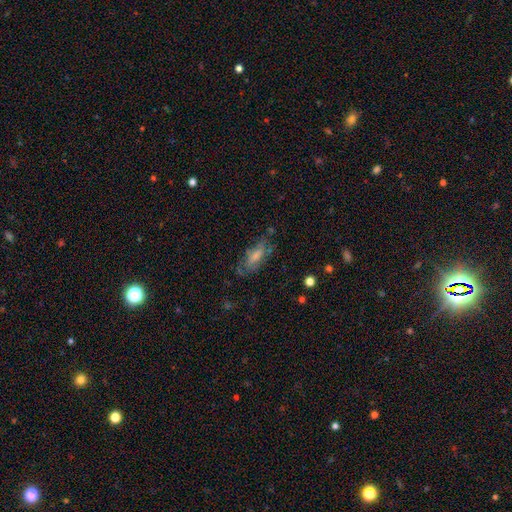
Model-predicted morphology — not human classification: This is possibly a smooth galaxy (57%). How rounded: likely in between (73%). Merging: possibly none (57%).